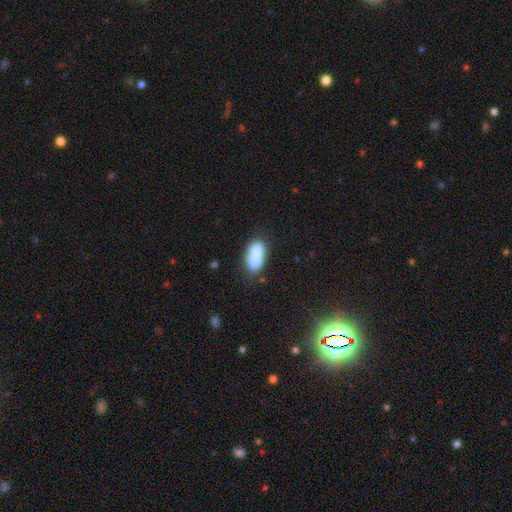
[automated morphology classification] smooth-or-featured: smooth: 85% | featured or disk: 8% | star or artifact: 7%
  how-rounded: in between: 76% | cigar-shaped: 22% | round: 3%
  merging: none: 75% | minor disturbance: 16% | major disturbance: 4% | merger: 4%